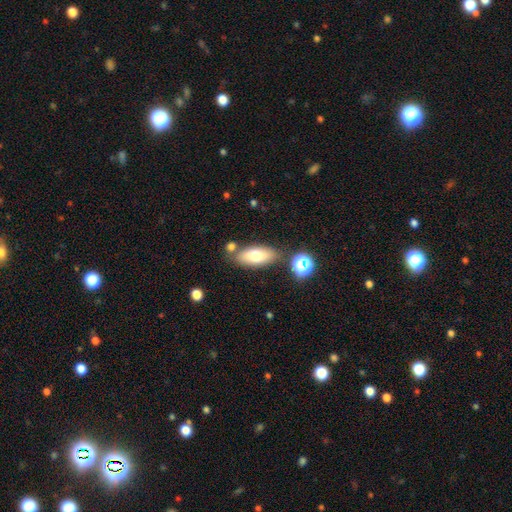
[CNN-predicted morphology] smooth 73%, featured or disk 18%, star or artifact 9%. Down the decision tree: how rounded — in between (81%); merging — none (74%).